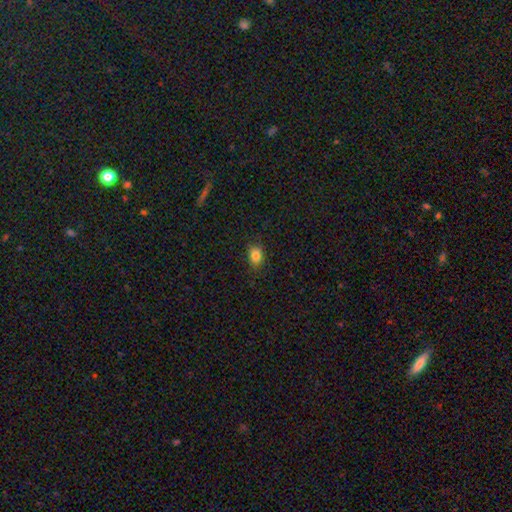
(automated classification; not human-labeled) This is clearly a smooth galaxy (83%). How rounded: likely in between (60%). Merging: clearly none (84%).